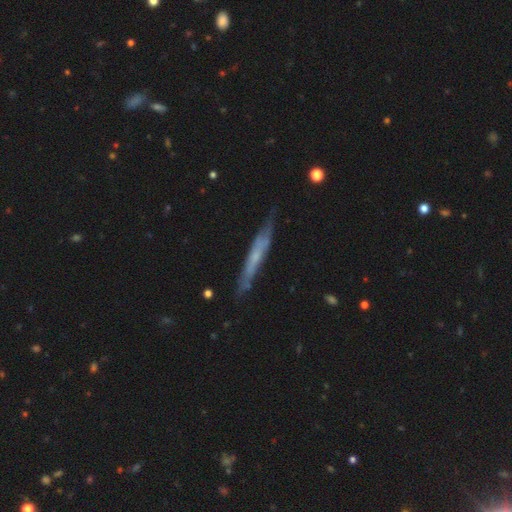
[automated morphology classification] Smooth or featured?
  - featured or disk: 57% *
  - smooth: 37%
  - star or artifact: 6%
Edge-on disk?
  - yes: 83% *
  - no: 17%
Merging?
  - none: 76% *
  - minor disturbance: 19%
  - major disturbance: 4%
  - merger: 2%